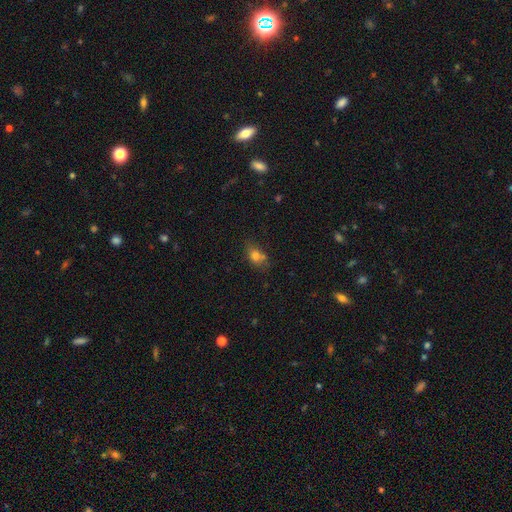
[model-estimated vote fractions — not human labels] The model was most divided on "merging": none: 55%, minor disturbance: 22%, merger: 17%, major disturbance: 7%. More confident: smooth or featured — smooth (74%); how rounded — in between (70%).